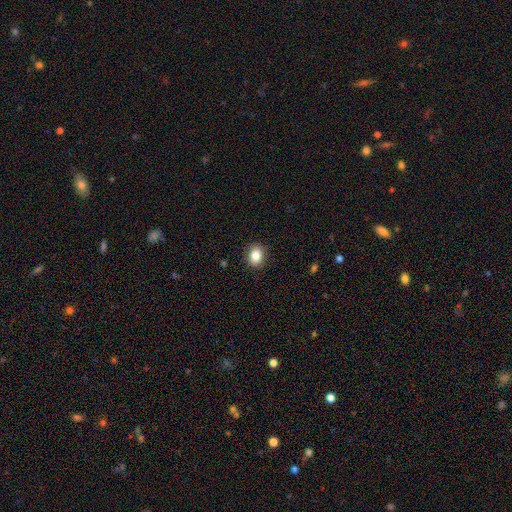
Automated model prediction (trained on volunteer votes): The model was most divided on "how rounded": in between: 53%, round: 46%, cigar-shaped: 1%. More confident: merging — none (89%); smooth or featured — smooth (84%).